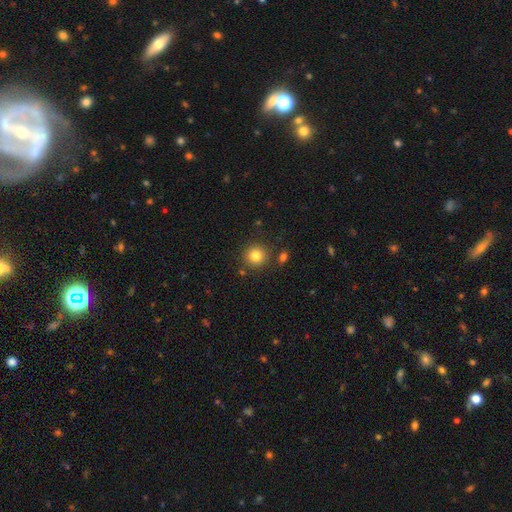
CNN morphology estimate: Q: Smooth or featured?
A: smooth (83%); runner-up: star or artifact (11%)
Q: How rounded?
A: round (92%); runner-up: in between (7%)
Q: Merging?
A: none (85%); runner-up: minor disturbance (8%)